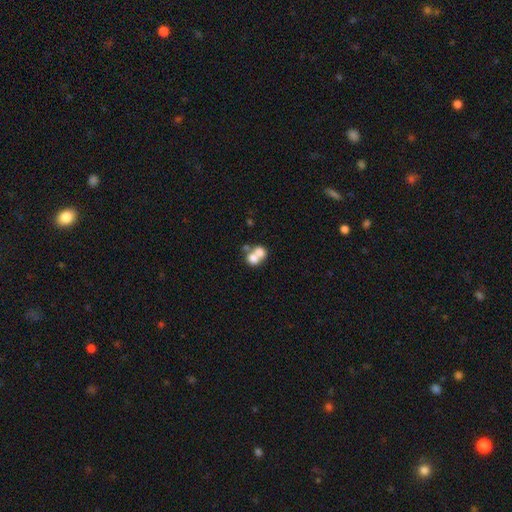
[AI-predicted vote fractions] This appears to be a smooth galaxy with no disk features (66%) that is round (63%). Merging: merger (68%).